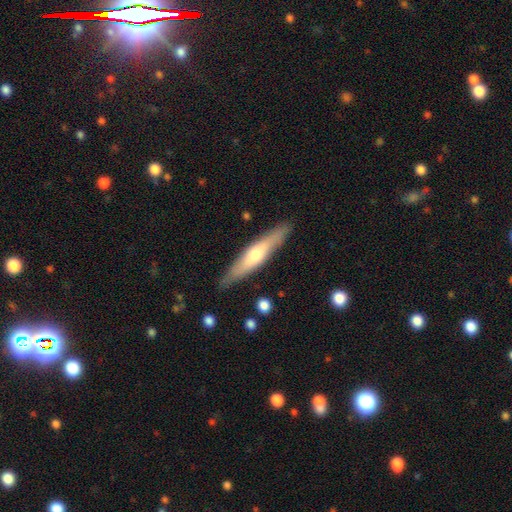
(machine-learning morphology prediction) Q: Smooth or featured?
A: featured or disk (49%); runner-up: smooth (45%)
Q: Merging?
A: none (87%); runner-up: minor disturbance (10%)